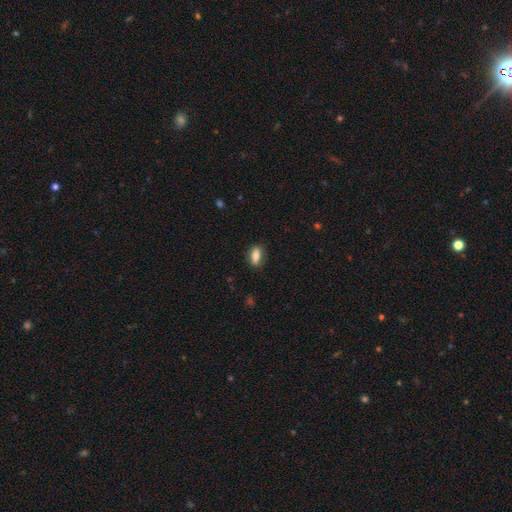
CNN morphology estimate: A smooth galaxy with no disk features (80%) that is in between round and cigar-shaped (77%).

Vote fractions:
- Smooth or featured? smooth: 80% / featured or disk: 12% / star or artifact: 8%
- How rounded? in between: 77% / cigar-shaped: 17% / round: 6%
- Merging? none: 85% / minor disturbance: 11% / major disturbance: 3% / merger: 1%